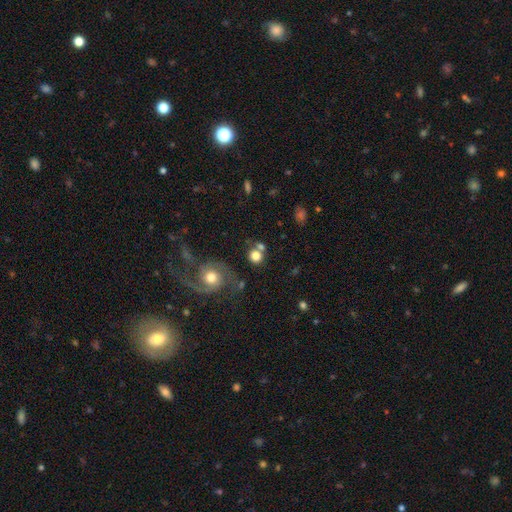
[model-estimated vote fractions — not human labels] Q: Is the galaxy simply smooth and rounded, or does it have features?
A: smooth — 73%.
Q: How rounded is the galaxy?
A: round — 88%.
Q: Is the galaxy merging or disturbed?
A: none — 64%.